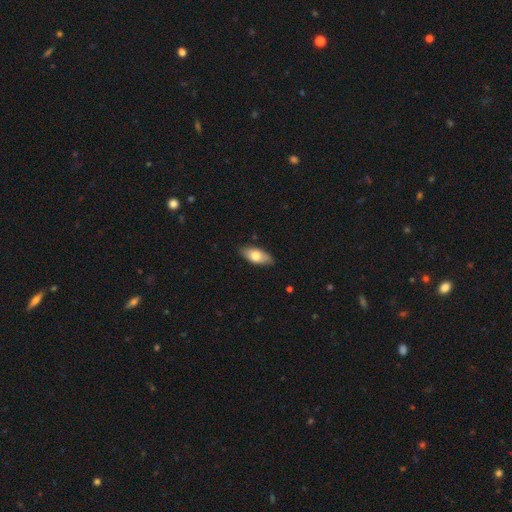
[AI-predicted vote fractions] Smooth or featured: smooth — 71% (featured or disk — 23%)
How rounded: in between — 86% (cigar-shaped — 12%)
Merging: none — 84% (minor disturbance — 13%)